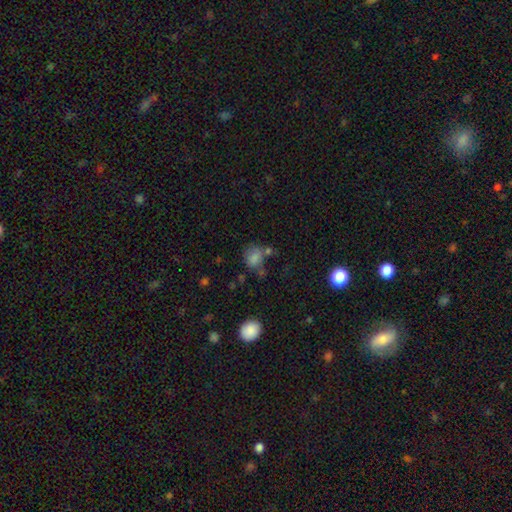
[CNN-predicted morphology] smooth 72%, star or artifact 18%, featured or disk 10%. Down the decision tree: how rounded — round (61%); merging — none (55%).